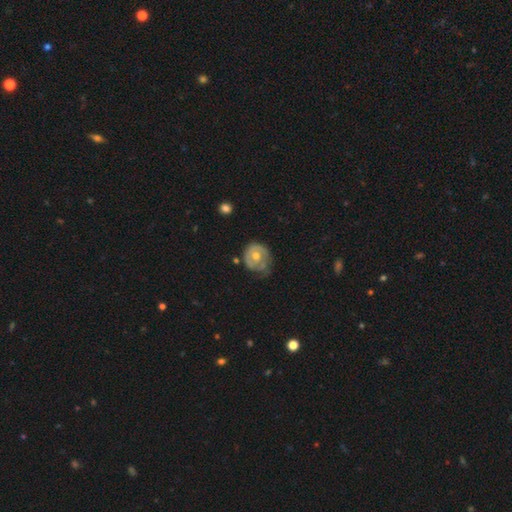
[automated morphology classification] Smooth or featured: featured or disk — 60% (smooth — 32%)
Edge-on disk: no — 97% (yes — 3%)
Bar: no — 82% (weak — 14%)
Spiral arms: yes — 62% (no — 38%)
Bulge size: moderate — 70% (small — 25%)
Merging: none — 52% (minor disturbance — 31%)